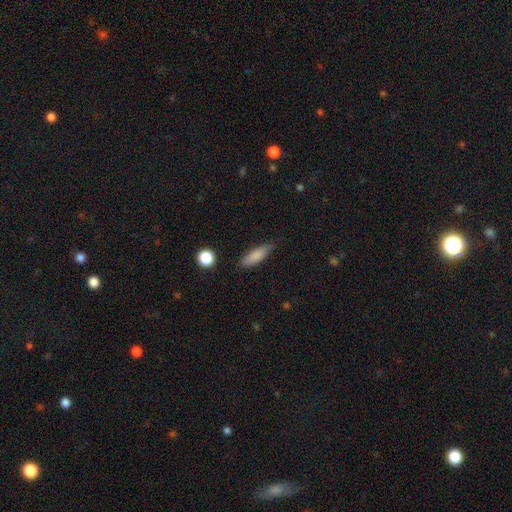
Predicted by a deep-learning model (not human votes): Morphology: type=smooth (83%); roundness=in between (50%); merging=none (76%).